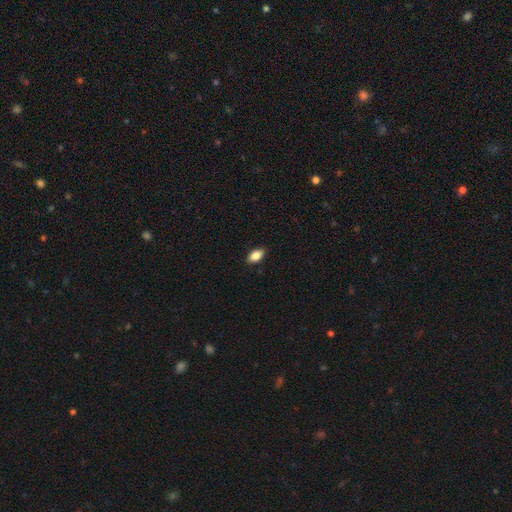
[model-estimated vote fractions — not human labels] This is clearly a smooth galaxy (83%). How rounded: clearly in between (89%). Merging: clearly none (88%).